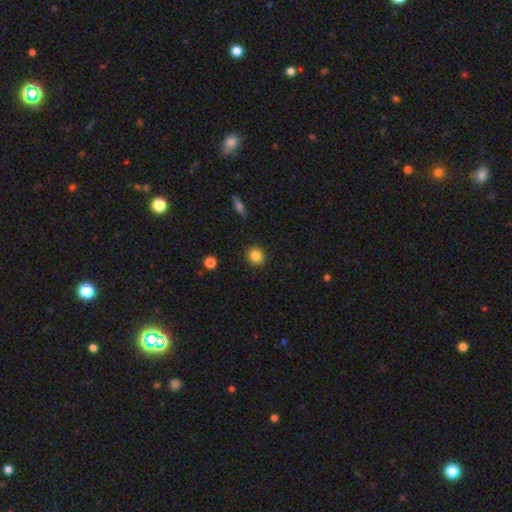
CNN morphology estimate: The model was most divided on "smooth or featured": smooth: 84%, star or artifact: 10%, featured or disk: 5%. More confident: merging — none (90%); how rounded — round (88%).